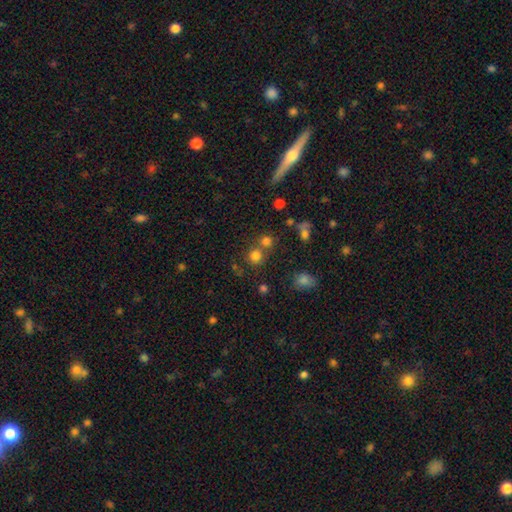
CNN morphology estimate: Overall: smooth (75%). How rounded: round (89%). Merging: none (62%; merger 28%).